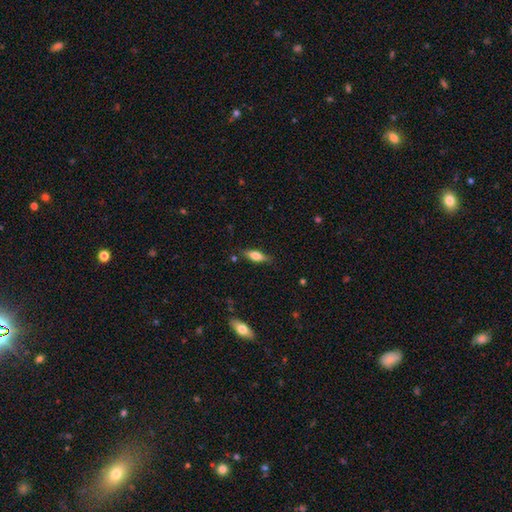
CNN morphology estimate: This appears to be a smooth galaxy with no disk features (66%) that is in between round and cigar-shaped (62%). Merging: none (79%).